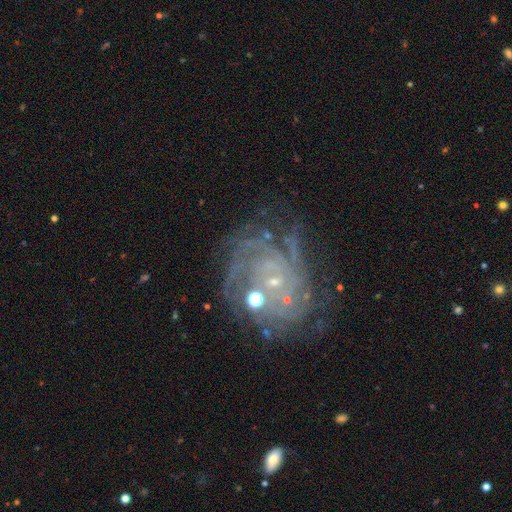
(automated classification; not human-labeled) The model was most divided on "spiral arm count": can't tell: 33%, 4: 19%, 3: 16%, more than 4: 13%, 2: 12%, 1: 7%. More confident: edge-on disk — no (98%); spiral arms — yes (93%); smooth or featured — featured or disk (81%); bulge size — small (78%); bar — no (70%); spiral winding — tight (69%); merging — none (58%).